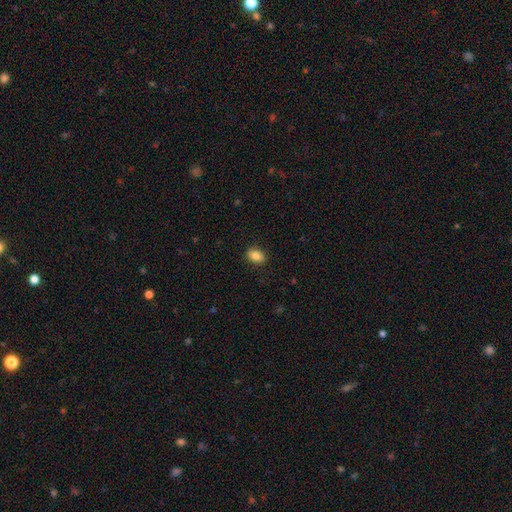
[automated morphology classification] Q: Smooth or featured?
A: smooth (84%); runner-up: star or artifact (8%)
Q: How rounded?
A: in between (75%); runner-up: round (24%)
Q: Merging?
A: none (89%); runner-up: minor disturbance (8%)